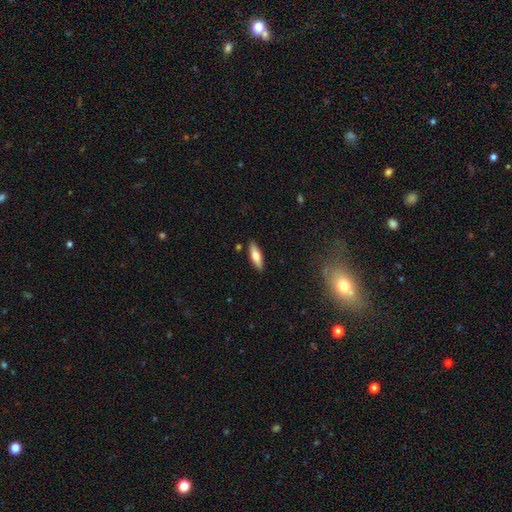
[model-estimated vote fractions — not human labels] smooth_or_featured: smooth (p=0.68) [alt: featured or disk p=0.25]
how_rounded: cigar-shaped (p=0.50) [alt: in between p=0.49]
merging: none (p=0.87) [alt: minor disturbance p=0.09]